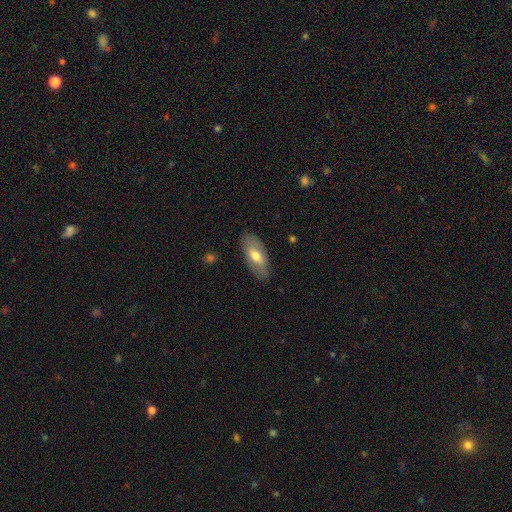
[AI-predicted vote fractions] The model was most divided on "smooth or featured": smooth: 64%, featured or disk: 30%, star or artifact: 6%. More confident: how rounded — in between (88%); merging — none (84%).